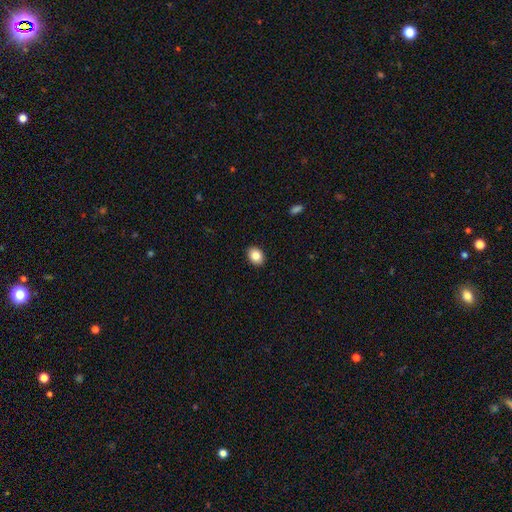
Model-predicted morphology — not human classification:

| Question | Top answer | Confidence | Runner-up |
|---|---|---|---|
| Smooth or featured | smooth | 86% | star or artifact (8%) |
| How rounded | in between | 72% | round (27%) |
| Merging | none | 90% | minor disturbance (7%) |